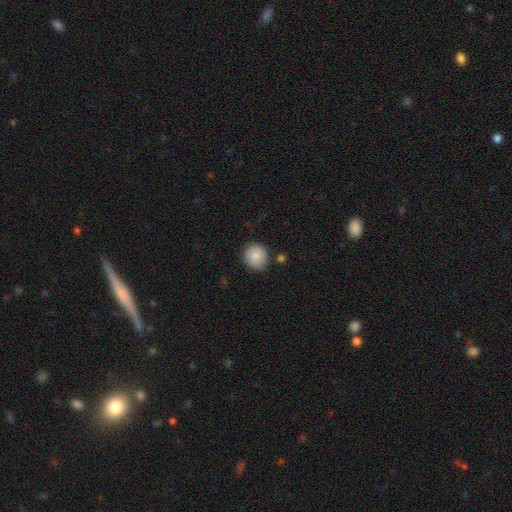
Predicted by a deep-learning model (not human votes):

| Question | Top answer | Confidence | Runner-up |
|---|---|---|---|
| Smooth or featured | smooth | 87% | star or artifact (7%) |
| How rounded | round | 84% | in between (15%) |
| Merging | none | 81% | minor disturbance (13%) |